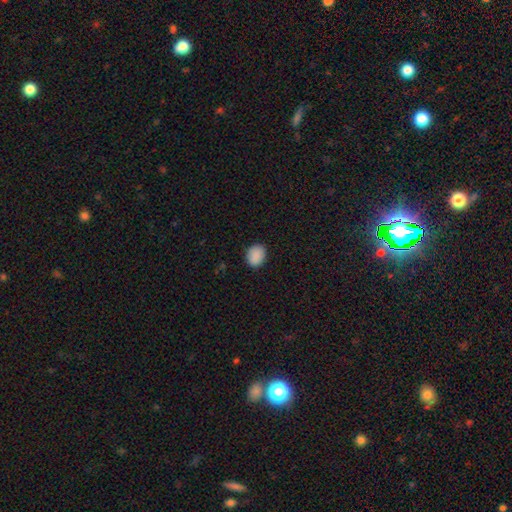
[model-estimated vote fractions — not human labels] Smooth or featured: smooth — 89% (star or artifact — 8%)
How rounded: in between — 54% (round — 45%)
Merging: none — 88% (minor disturbance — 9%)